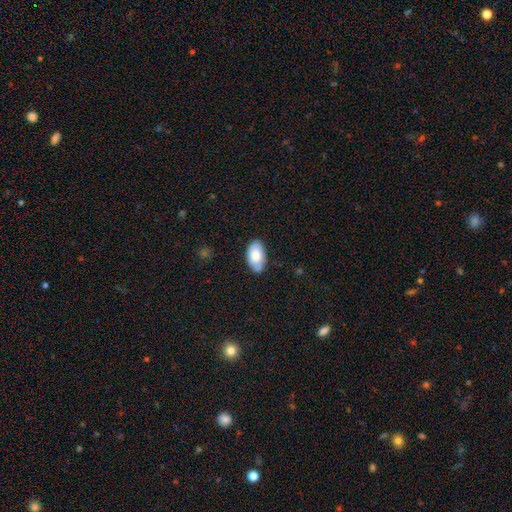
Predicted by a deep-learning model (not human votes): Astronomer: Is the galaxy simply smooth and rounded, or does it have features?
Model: smooth — 76%.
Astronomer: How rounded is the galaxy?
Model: in between — 94%.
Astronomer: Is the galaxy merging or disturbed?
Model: none — 77%.